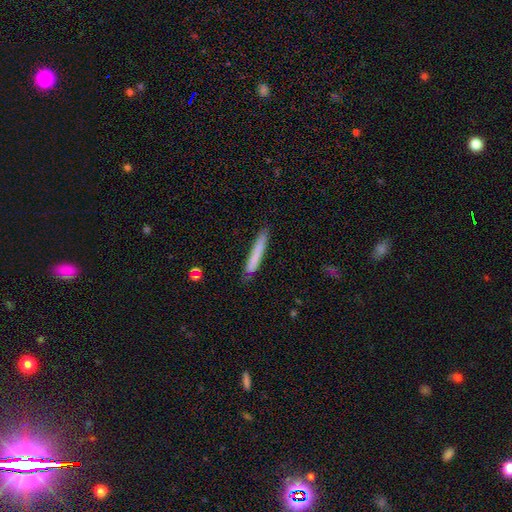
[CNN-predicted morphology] Smooth or featured? Predicted: smooth (p=0.76). How rounded? Predicted: cigar-shaped (p=0.95). Merging? Predicted: none (p=0.82).